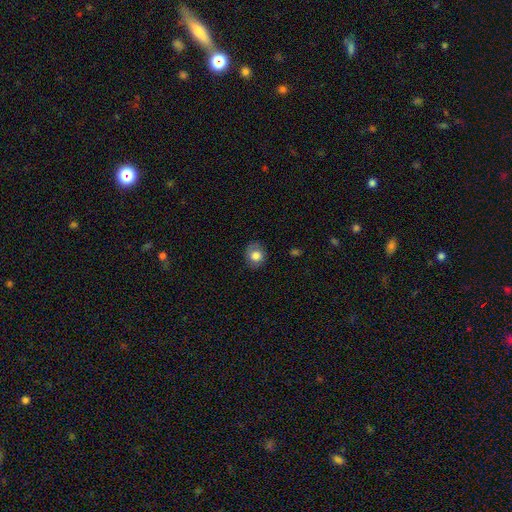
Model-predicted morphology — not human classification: Smooth or featured?
  - smooth: 79% *
  - featured or disk: 13%
  - star or artifact: 9%
How rounded?
  - round: 71% *
  - in between: 28%
  - cigar-shaped: 1%
Merging?
  - none: 79% *
  - minor disturbance: 16%
  - major disturbance: 4%
  - merger: 1%